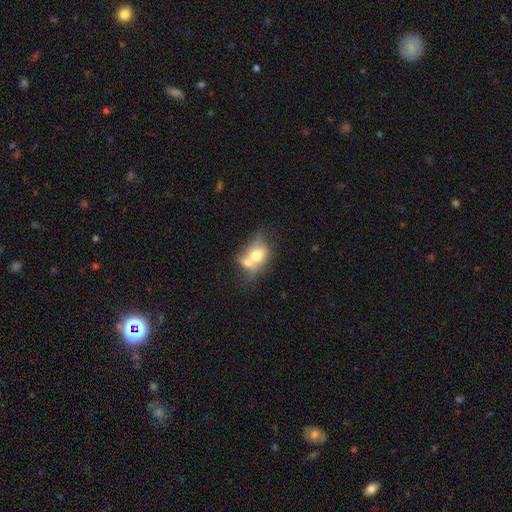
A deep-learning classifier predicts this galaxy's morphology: Smooth or featured? Predicted: smooth (p=0.63). How rounded? Predicted: in between (p=0.60). Merging? Predicted: merger (p=0.57).